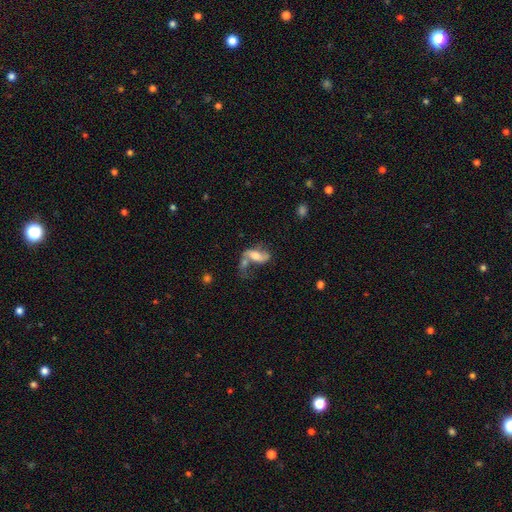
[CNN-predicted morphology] Smooth or featured? Predicted: featured or disk (p=0.58). Edge-on disk? Predicted: no (p=0.92). Bar? Predicted: no (p=0.49). Spiral arms? Predicted: yes (p=0.79). Bulge size? Predicted: moderate (p=0.40). Merging? Predicted: merger (p=0.32).